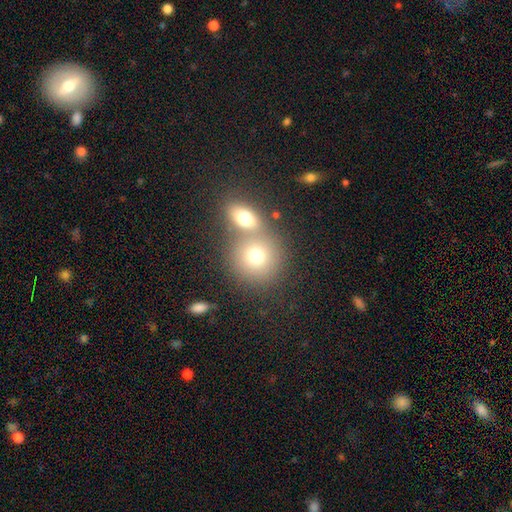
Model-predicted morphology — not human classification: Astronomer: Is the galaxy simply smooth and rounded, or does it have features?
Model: smooth — 73%.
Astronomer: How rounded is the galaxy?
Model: round — 81%.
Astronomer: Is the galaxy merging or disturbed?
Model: merger — 46% (runner-up: none, 43%).